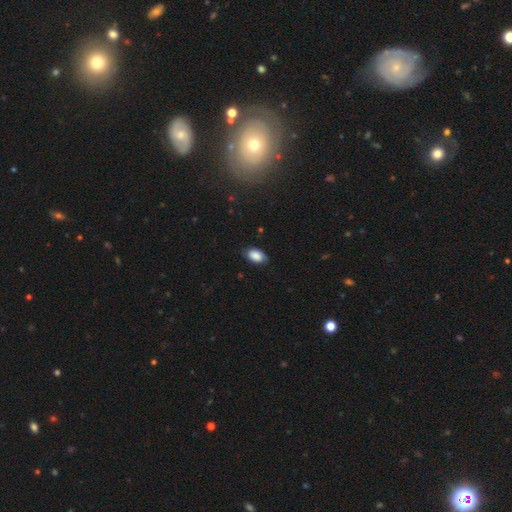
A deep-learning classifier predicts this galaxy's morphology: type=smooth (85%); roundness=in between (90%); merging=none (77%).